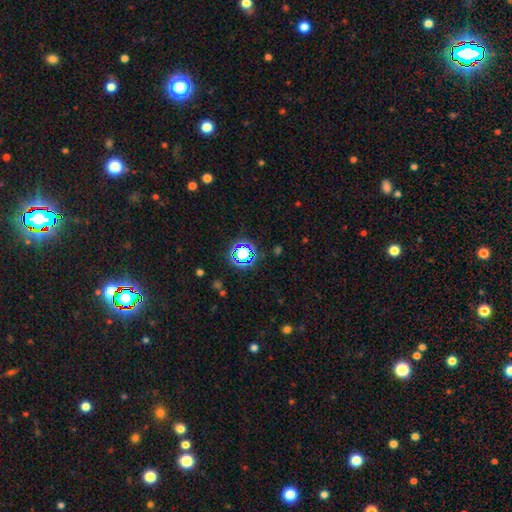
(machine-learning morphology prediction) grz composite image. It shows a star or artifact, not a galaxy (73%).